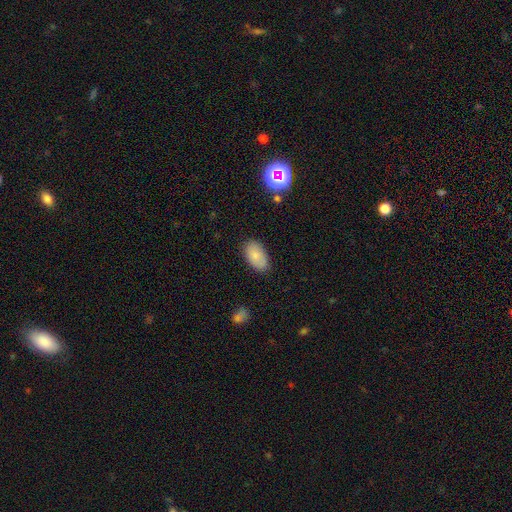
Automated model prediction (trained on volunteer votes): Smooth or featured: smooth — 85% (featured or disk — 8%)
How rounded: in between — 94% (round — 4%)
Merging: none — 82% (minor disturbance — 13%)